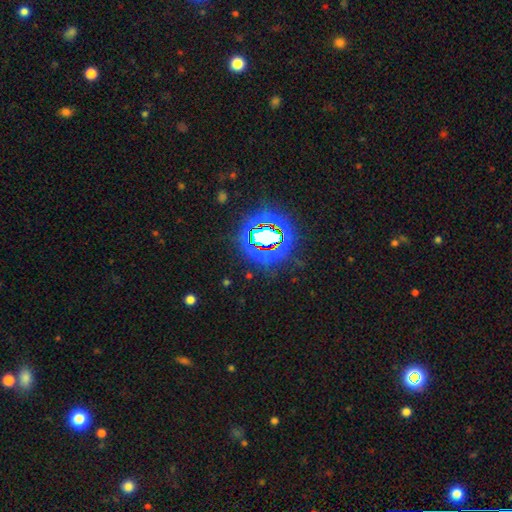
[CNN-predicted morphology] This appears to be a star or artifact, not a galaxy (80%).